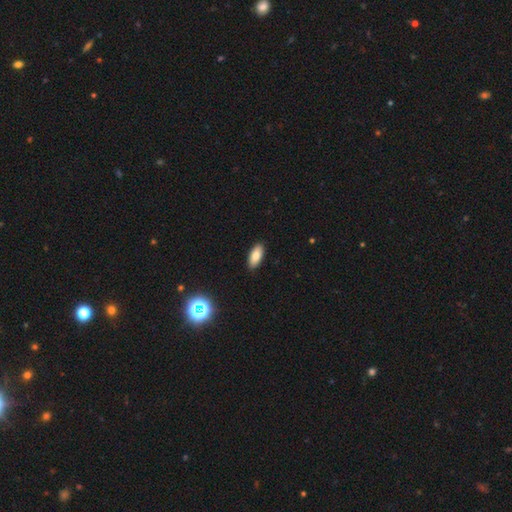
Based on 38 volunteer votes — This appears to be a smooth galaxy with no disk features (79%) that is in between round and cigar-shaped (77%). Merging: none (89%).